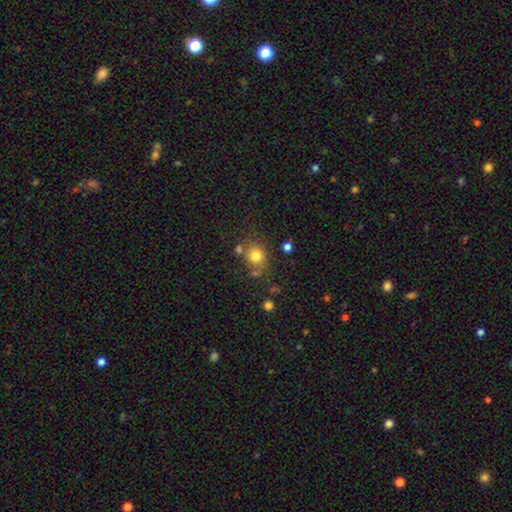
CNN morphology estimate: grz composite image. It shows a smooth galaxy with no disk features (79%) that is round (82%). Merging: none (67%).